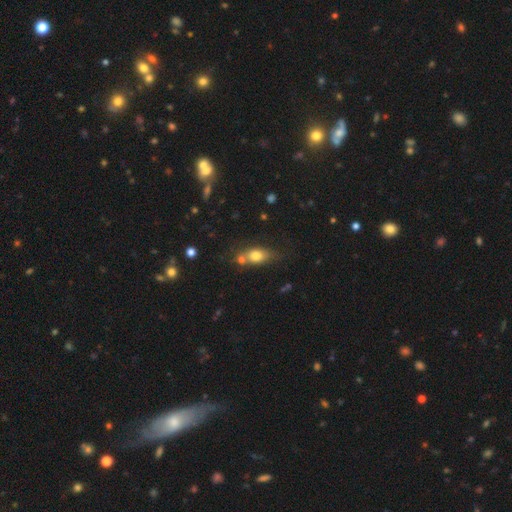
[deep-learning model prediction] A smooth galaxy with no disk features (74%) that is in between round and cigar-shaped (71%).

Vote fractions:
- Smooth or featured? smooth: 74% / featured or disk: 16% / star or artifact: 10%
- How rounded? in between: 71% / round: 20% / cigar-shaped: 10%
- Merging? none: 47% / merger: 29% / minor disturbance: 17% / major disturbance: 6%